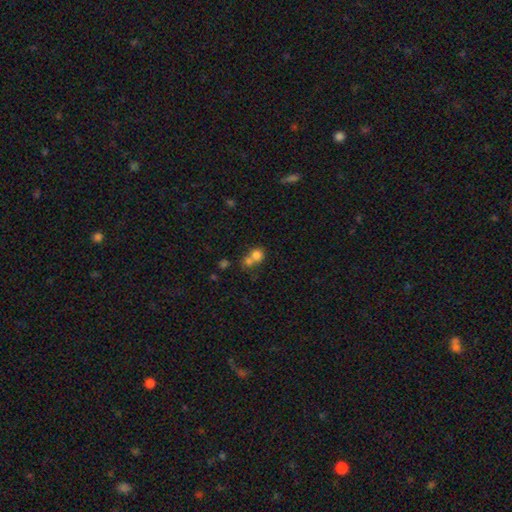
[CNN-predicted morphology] A smooth galaxy with no disk features (76%) that is round (80%). Merging: merger (57%).